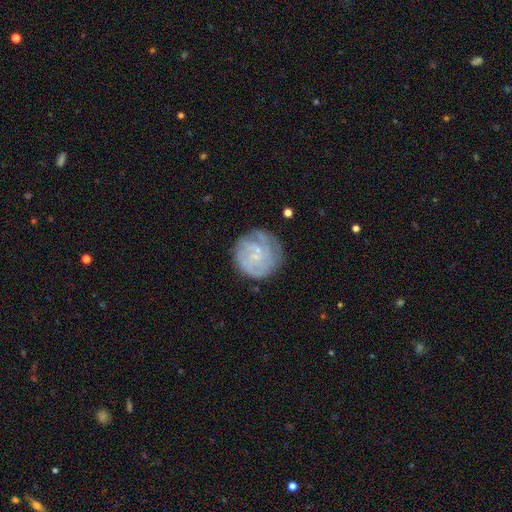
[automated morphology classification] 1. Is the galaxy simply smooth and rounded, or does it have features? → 66% featured or disk, 26% smooth, 8% star or artifact.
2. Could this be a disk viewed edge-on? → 98% no, 2% yes.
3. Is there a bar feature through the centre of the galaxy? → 75% no, 21% weak, 4% strong.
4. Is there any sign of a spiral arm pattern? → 81% yes, 19% no.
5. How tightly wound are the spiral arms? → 65% tight, 25% medium, 9% loose.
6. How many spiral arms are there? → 46% can't tell, 16% 3, 13% 4, 12% 2, 6% more than 4, 6% 1.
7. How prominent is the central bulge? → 81% small, 9% moderate, 8% none, 1% large, 1% dominant.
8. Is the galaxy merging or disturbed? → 72% none, 18% minor disturbance, 8% major disturbance, 2% merger.